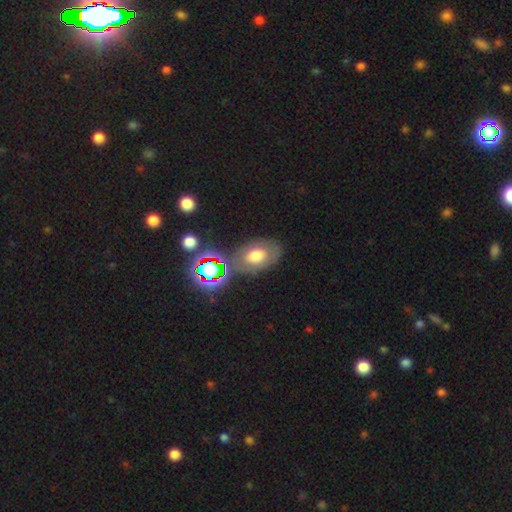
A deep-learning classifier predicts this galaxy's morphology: smooth_or_featured: smooth (p=0.55) [alt: featured or disk p=0.29]
how_rounded: in between (p=0.83) [alt: round p=0.16]
merging: none (p=0.69) [alt: minor disturbance p=0.16]